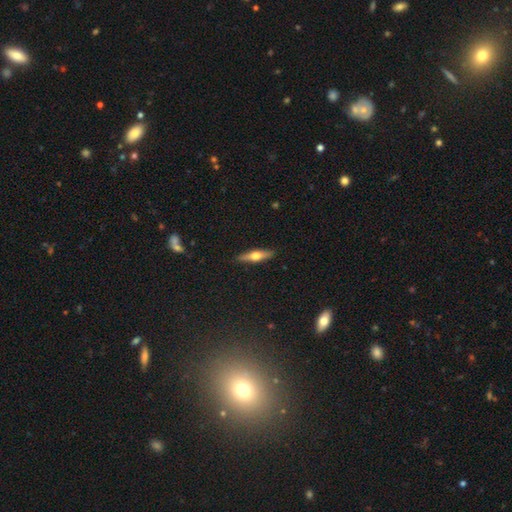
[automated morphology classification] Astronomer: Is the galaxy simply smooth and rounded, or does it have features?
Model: featured or disk — 52% (runner-up: smooth, 42%).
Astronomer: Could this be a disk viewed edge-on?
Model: yes — 92%.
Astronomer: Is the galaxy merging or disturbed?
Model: none — 90%.